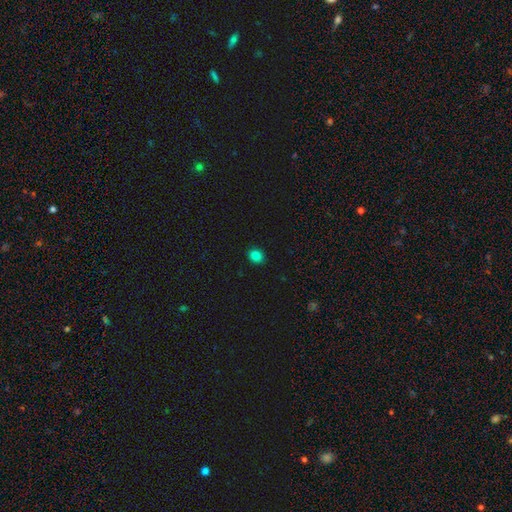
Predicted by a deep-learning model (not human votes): Smooth or featured? Predicted: smooth (p=0.83). How rounded? Predicted: round (p=0.69). Merging? Predicted: none (p=0.91).